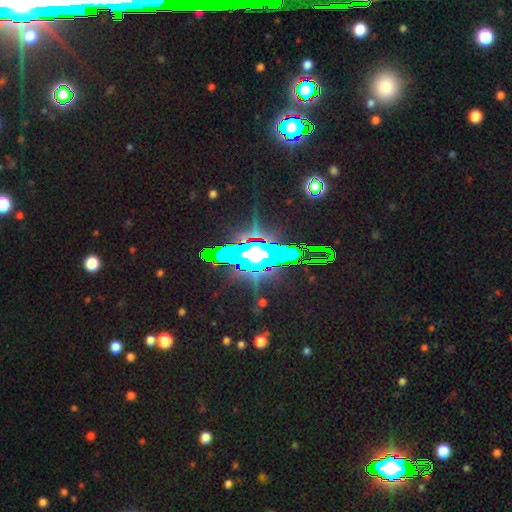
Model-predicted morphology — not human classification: smooth-or-featured: star or artifact: 54% | featured or disk: 28% | smooth: 18%